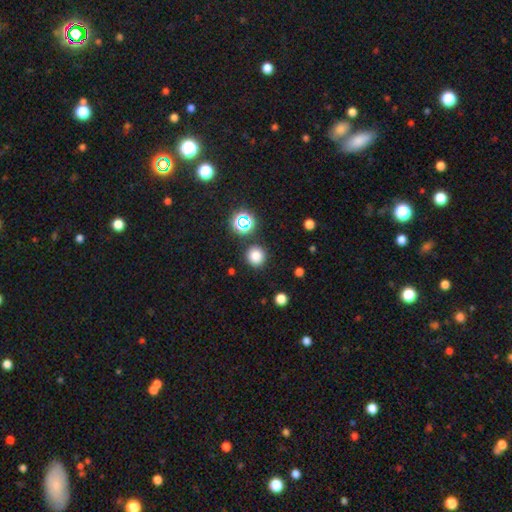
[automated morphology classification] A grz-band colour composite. It shows a smooth galaxy with no disk features (76%) that is round (93%). Merging: none (87%).